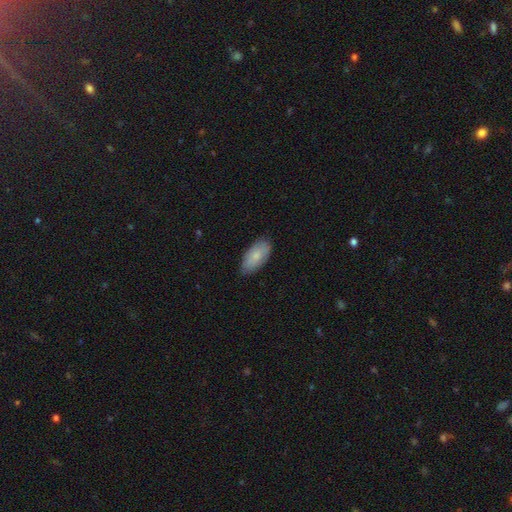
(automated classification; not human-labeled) Morphology: type=smooth (80%); roundness=in between (93%); merging=none (83%).